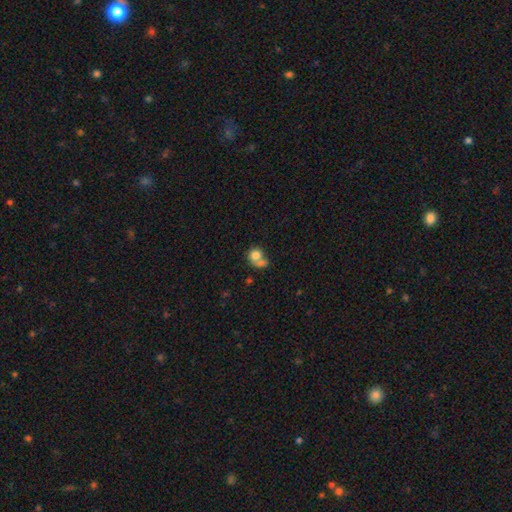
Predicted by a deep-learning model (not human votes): A smooth galaxy with no disk features (75%) that is round (69%).

Vote fractions:
- Smooth or featured? smooth: 75% / featured or disk: 15% / star or artifact: 10%
- How rounded? round: 69% / in between: 30% / cigar-shaped: 1%
- Merging? merger: 46% / none: 30% / major disturbance: 12% / minor disturbance: 12%